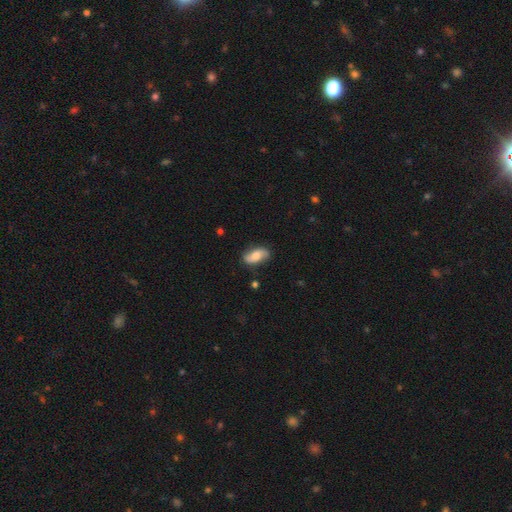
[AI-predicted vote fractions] Smooth or featured? Predicted: smooth (p=0.47). Merging? Predicted: none (p=0.78).